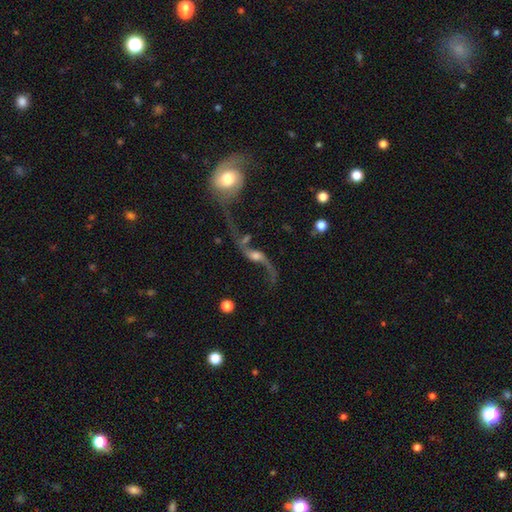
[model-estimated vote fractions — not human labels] A featured or disk galaxy (83%) with no bar (56%), 2 (92%) loose (95%) spiral arms (92%) and a moderate central bulge (48%). Merging: none (40%).